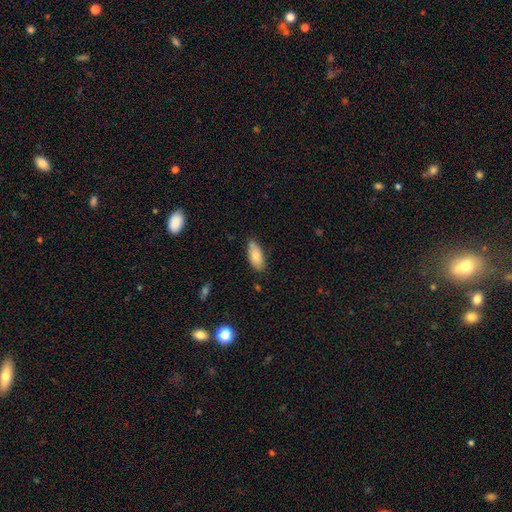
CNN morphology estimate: type=smooth (83%); roundness=in between (86%); merging=none (73%).